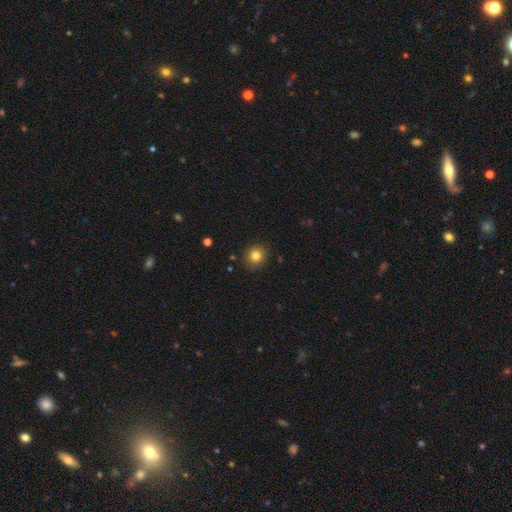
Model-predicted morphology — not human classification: Smooth or featured? smooth (82%)
How rounded? round (80%)
Merging? none (89%)